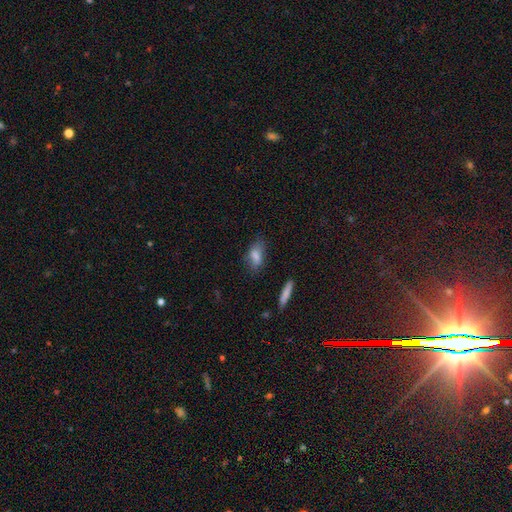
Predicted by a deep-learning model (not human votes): A smooth galaxy with no disk features (78%) that is in between round and cigar-shaped (81%).

Vote fractions:
- Smooth or featured? smooth: 78% / featured or disk: 13% / star or artifact: 8%
- How rounded? in between: 81% / cigar-shaped: 14% / round: 5%
- Merging? none: 63% / minor disturbance: 26% / major disturbance: 8% / merger: 4%